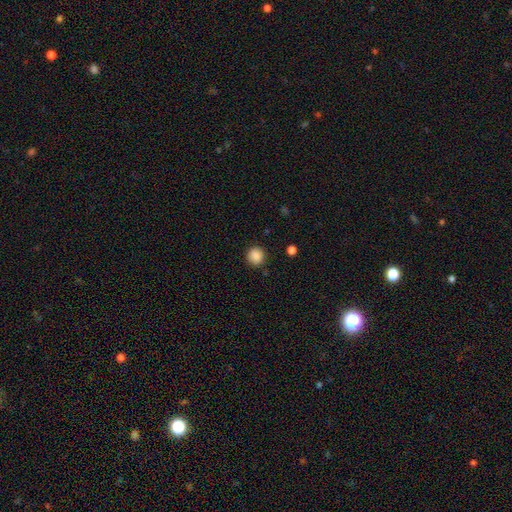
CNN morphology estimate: smooth-or-featured: smooth: 88% | star or artifact: 10% | featured or disk: 3%
  how-rounded: round: 91% | in between: 8% | cigar-shaped: 1%
  merging: none: 89% | minor disturbance: 7% | major disturbance: 2% | merger: 2%